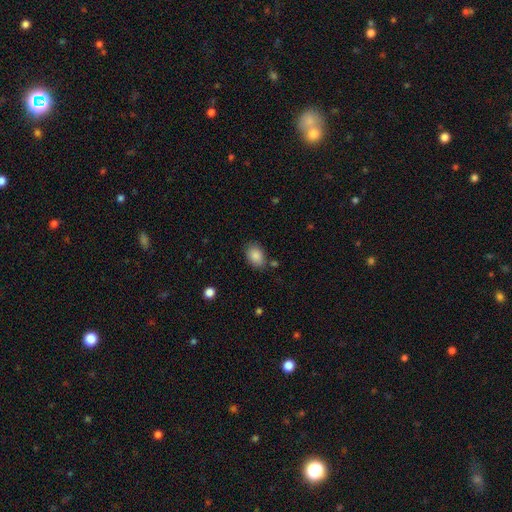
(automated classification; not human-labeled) Smooth or featured? Predicted: smooth (p=0.87). How rounded? Predicted: in between (p=0.80). Merging? Predicted: none (p=0.77).